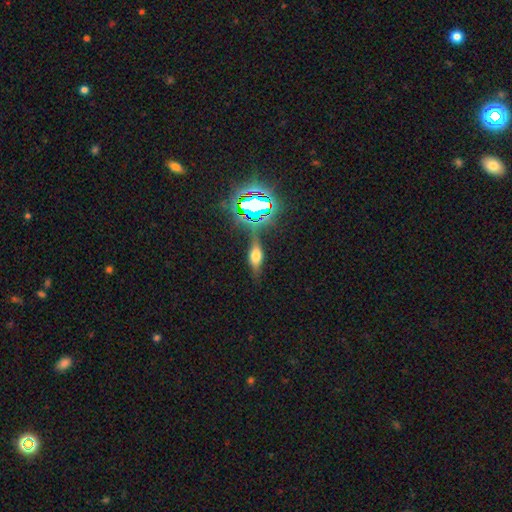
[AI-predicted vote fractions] Overall: featured or disk (40%; smooth 37%). Merging: none (72%).